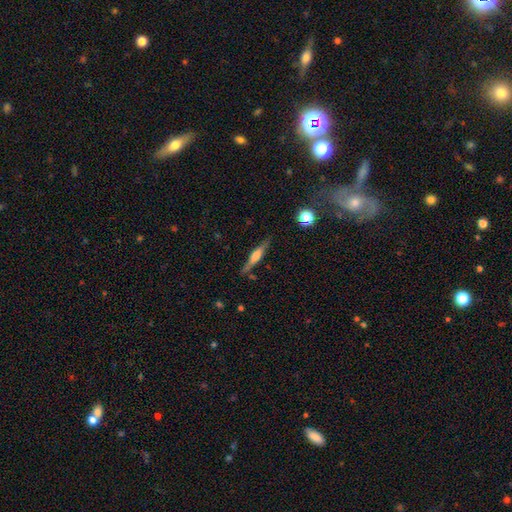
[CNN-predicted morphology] Overall: featured or disk (64%; smooth 29%). Edge-on disk: yes (96%). Edge-on bulge: rounded (59%; boxy 33%). Merging: none (84%).